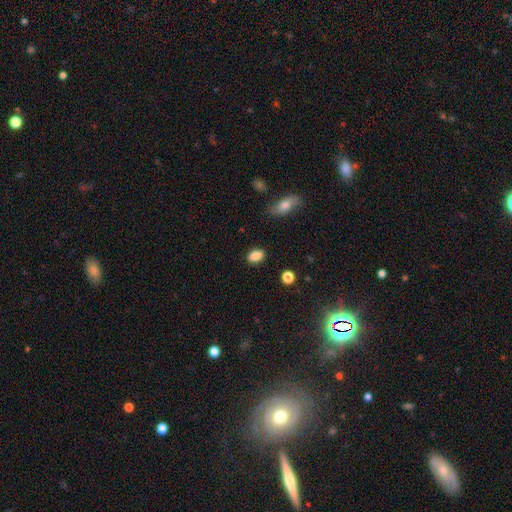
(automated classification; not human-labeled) smooth_or_featured: smooth (p=0.87) [alt: star or artifact p=0.08]
how_rounded: in between (p=0.84) [alt: round p=0.13]
merging: none (p=0.87) [alt: minor disturbance p=0.09]